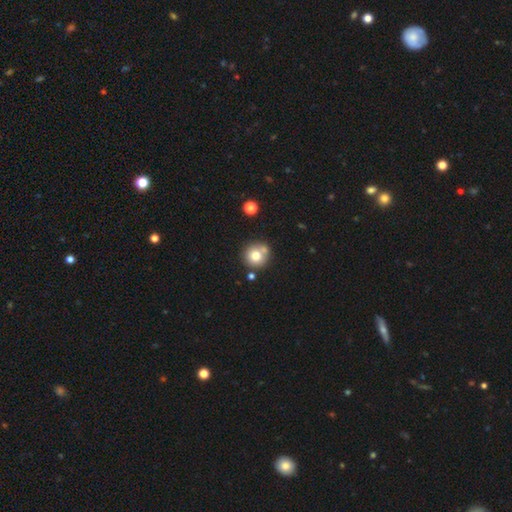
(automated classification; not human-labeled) A smooth galaxy with no disk features (75%) that is round (93%). Merging: none (66%).